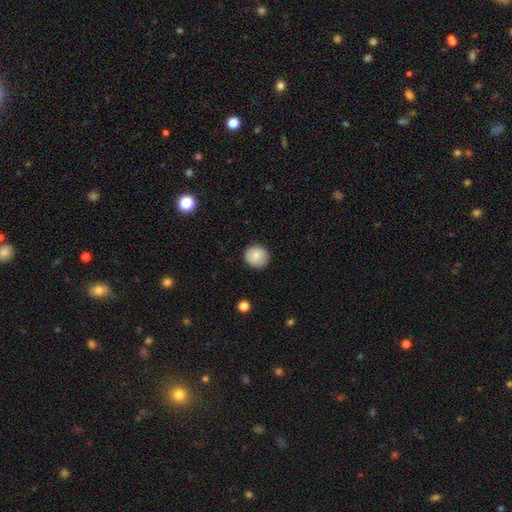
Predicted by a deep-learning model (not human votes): Smooth or featured? Predicted: smooth (p=0.82). How rounded? Predicted: round (p=0.90). Merging? Predicted: none (p=0.87).